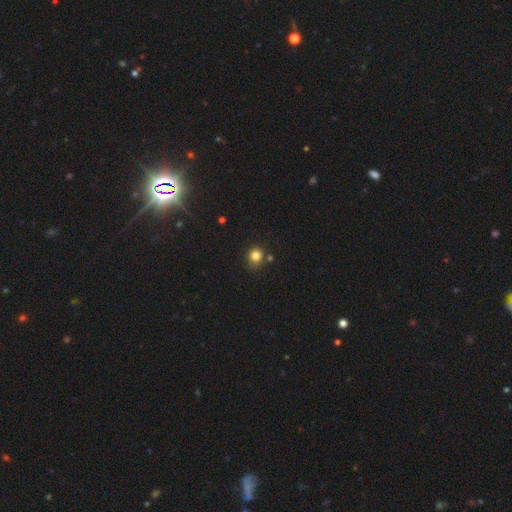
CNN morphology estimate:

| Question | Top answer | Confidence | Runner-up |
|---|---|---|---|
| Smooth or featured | smooth | 80% | star or artifact (13%) |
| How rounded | round | 79% | in between (20%) |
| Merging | none | 76% | minor disturbance (13%) |